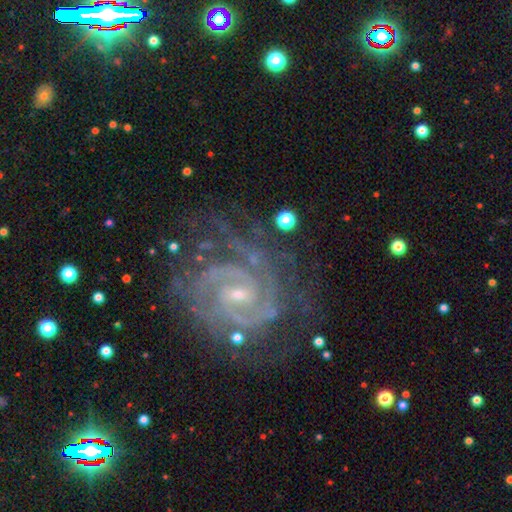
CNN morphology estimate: type=featured or disk (91%); edge-on=no (98%); bar=weak (49%); spiral arms=yes (98%); winding=tight (68%); arm count=2 (47%); bulge=small (77%); merging=none (65%).